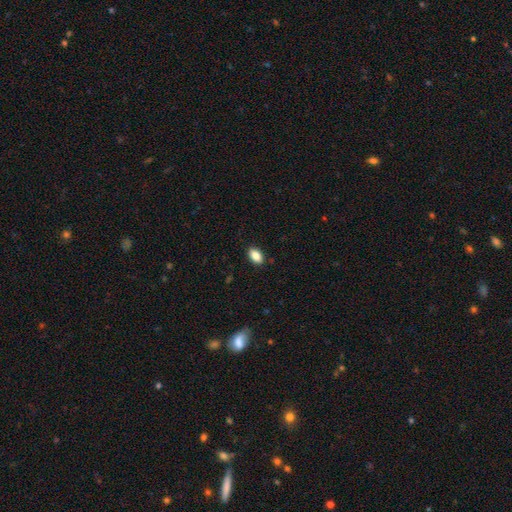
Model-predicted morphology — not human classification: Smooth or featured? Predicted: smooth (p=0.87). How rounded? Predicted: in between (p=0.91). Merging? Predicted: none (p=0.88).